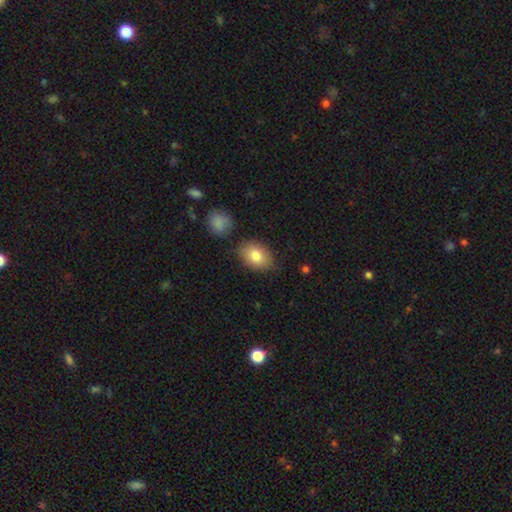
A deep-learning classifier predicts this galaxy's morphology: A smooth galaxy with no disk features (82%) that is in between round and cigar-shaped (81%). Merging: none (75%).